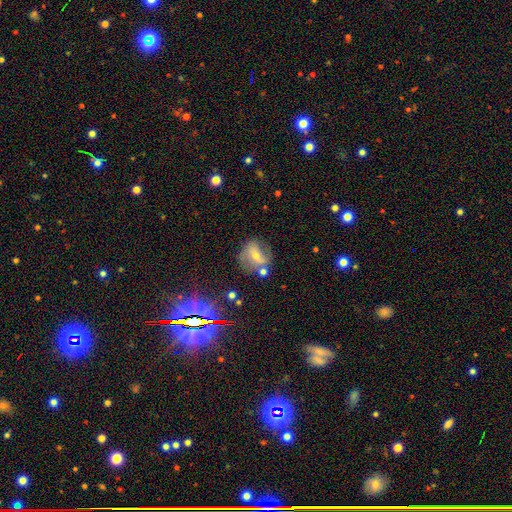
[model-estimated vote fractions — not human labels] smooth_or_featured: featured or disk (p=0.50) [alt: smooth p=0.27]
merging: none (p=0.59) [alt: minor disturbance p=0.20]